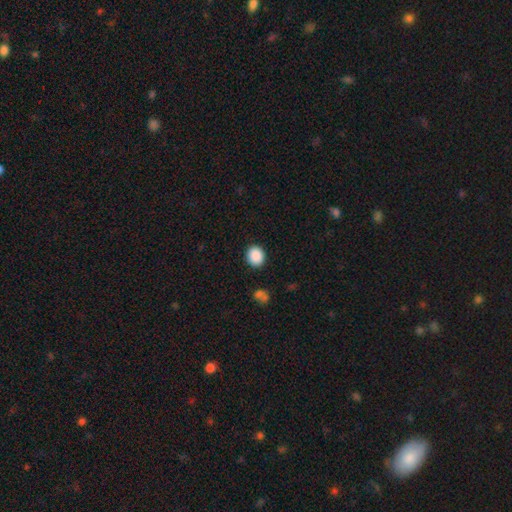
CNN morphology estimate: This appears to be a smooth galaxy with no disk features (89%) that is round (76%). Merging: none (90%).